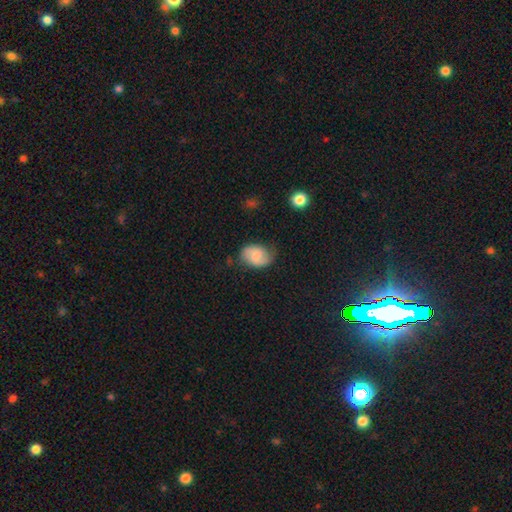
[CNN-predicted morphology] This appears to be a smooth galaxy with no disk features (53%) that is in between round and cigar-shaped (74%). Merging: none (69%).